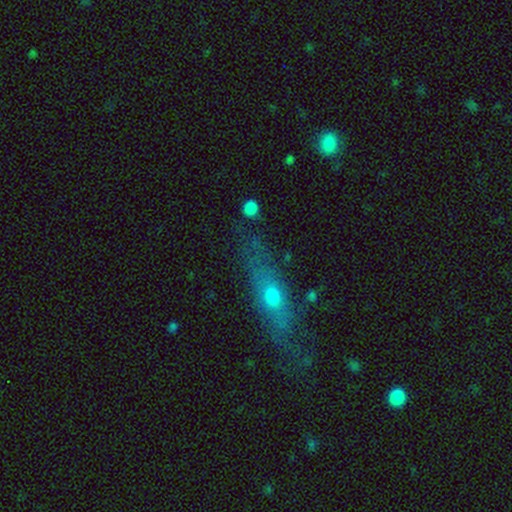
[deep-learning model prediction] Smooth or featured: featured or disk — 57% (smooth — 31%)
Edge-on disk: yes — 74% (no — 26%)
Merging: none — 75% (minor disturbance — 17%)